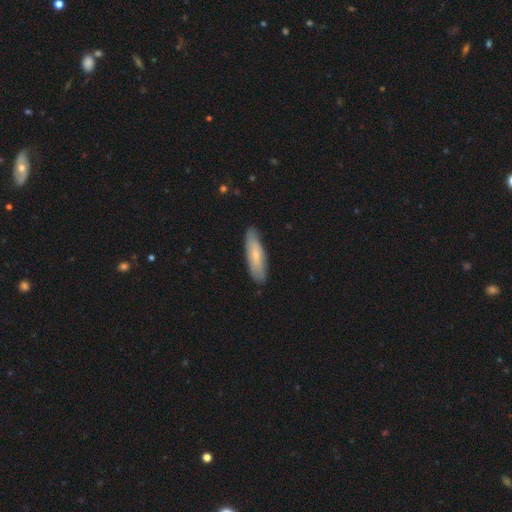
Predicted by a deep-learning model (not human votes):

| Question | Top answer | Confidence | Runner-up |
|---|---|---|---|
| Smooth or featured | smooth | 70% | featured or disk (25%) |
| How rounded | cigar-shaped | 57% | in between (41%) |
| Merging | none | 84% | minor disturbance (13%) |